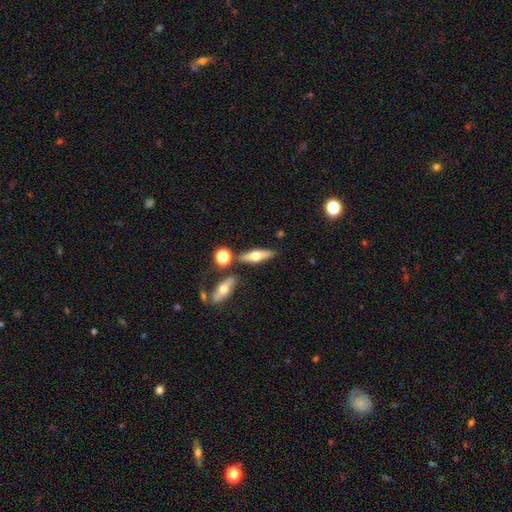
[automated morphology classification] A featured or disk galaxy (50%) viewed edge-on (89%).

Vote fractions:
- Smooth or featured? featured or disk: 50% / smooth: 42% / star or artifact: 7%
- Edge-on disk? yes: 89% / no: 11%
- Merging? none: 77% / minor disturbance: 11% / merger: 10% / major disturbance: 3%